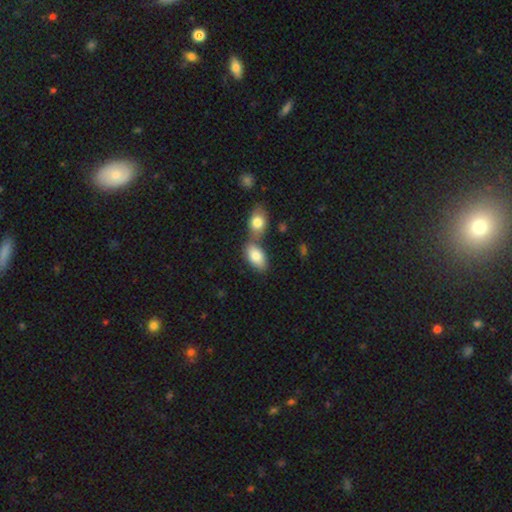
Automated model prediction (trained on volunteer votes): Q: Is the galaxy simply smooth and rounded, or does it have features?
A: smooth — 84%.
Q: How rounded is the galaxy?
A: in between — 93%.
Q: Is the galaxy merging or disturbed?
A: merger — 45%.